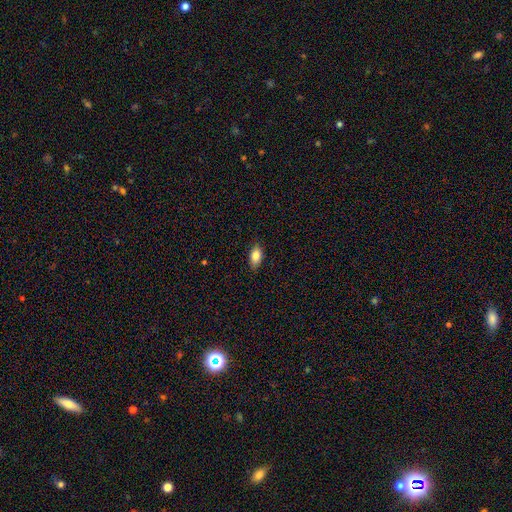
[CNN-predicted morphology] A smooth galaxy with no disk features (84%) that is in between round and cigar-shaped (91%). Merging: none (84%).